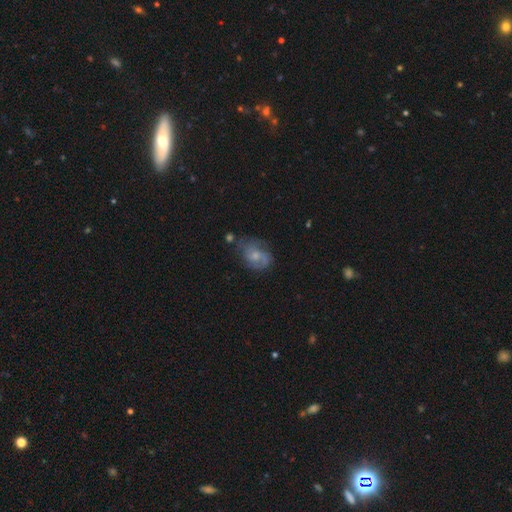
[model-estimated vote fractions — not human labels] smooth_or_featured: featured or disk (p=0.66) [alt: smooth p=0.25]
disk_edge_on: no (p=0.97) [alt: yes p=0.03]
bar: no (p=0.71) [alt: weak p=0.26]
has_spiral_arms: yes (p=0.85) [alt: no p=0.15]
spiral_winding: medium (p=0.45) [alt: tight p=0.34]
spiral_arm_count: 2 (p=0.57) [alt: can't tell p=0.22]
bulge_size: small (p=0.45) [alt: moderate p=0.44]
merging: none (p=0.57) [alt: minor disturbance p=0.25]